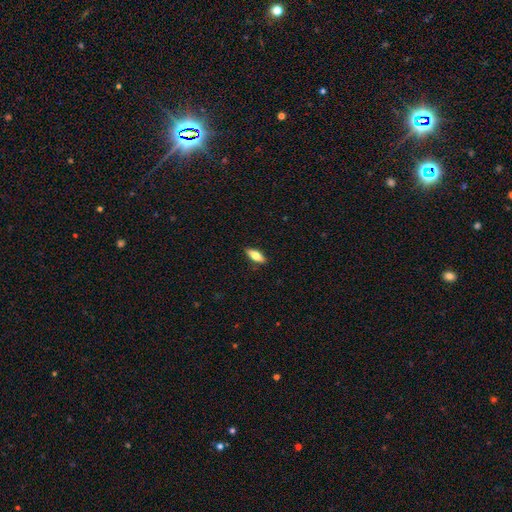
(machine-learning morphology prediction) Smooth or featured? Predicted: smooth (p=0.67). How rounded? Predicted: in between (p=0.68). Merging? Predicted: none (p=0.88).